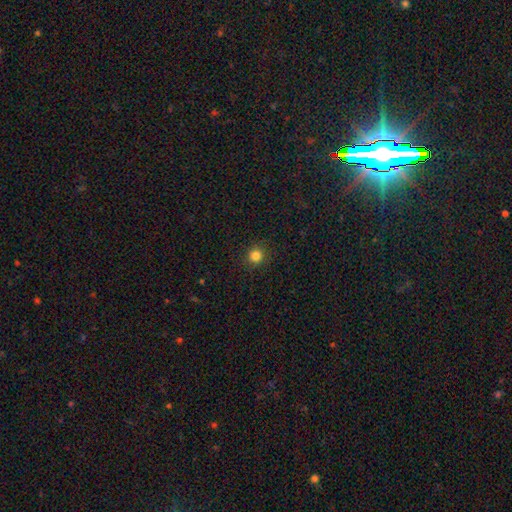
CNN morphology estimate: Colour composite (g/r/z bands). It shows a smooth galaxy with no disk features (83%) that is round (92%). Merging: none (91%).